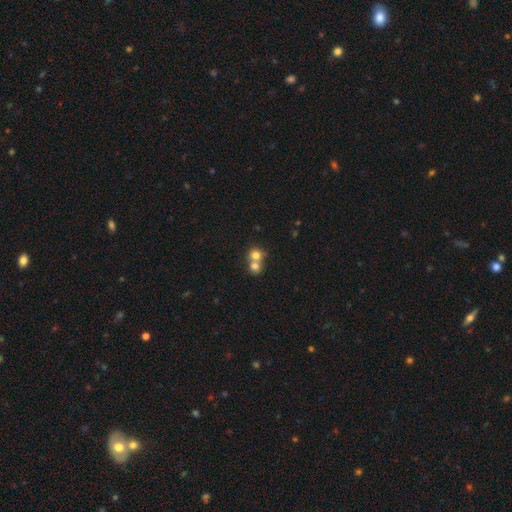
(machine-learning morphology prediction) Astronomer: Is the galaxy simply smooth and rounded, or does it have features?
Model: smooth — 75%.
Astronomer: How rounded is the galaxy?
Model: round — 79%.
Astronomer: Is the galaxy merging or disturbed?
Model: merger — 65%.